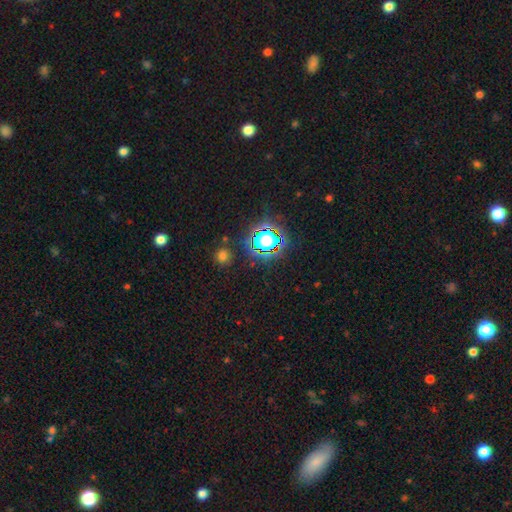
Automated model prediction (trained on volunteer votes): smooth-or-featured: star or artifact: 77% | smooth: 15% | featured or disk: 8%